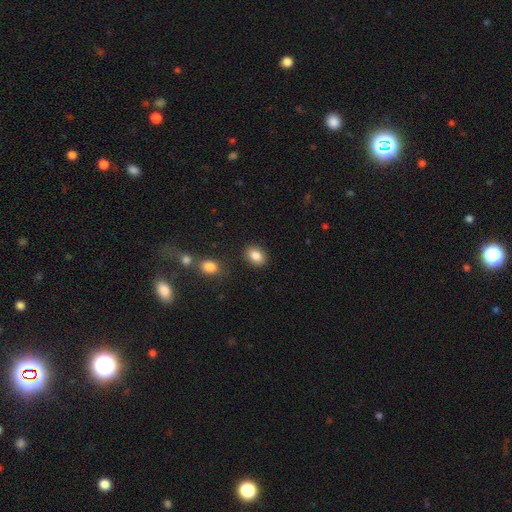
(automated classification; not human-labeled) Smooth or featured?
  - smooth: 86% *
  - star or artifact: 8%
  - featured or disk: 5%
How rounded?
  - in between: 70% *
  - round: 29%
  - cigar-shaped: 1%
Merging?
  - none: 86% *
  - minor disturbance: 9%
  - merger: 3%
  - major disturbance: 3%